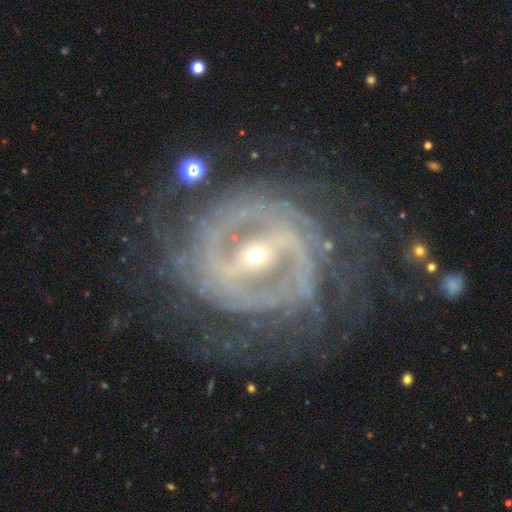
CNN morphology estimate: Smooth or featured: featured or disk — 91% (star or artifact — 5%)
Edge-on disk: no — 96% (yes — 4%)
Bar: strong — 68% (weak — 24%)
Spiral arms: yes — 94% (no — 6%)
Spiral winding: tight — 65% (medium — 28%)
Spiral arm count: 2 — 32% (can't tell — 29%)
Bulge size: small — 72% (moderate — 25%)
Merging: none — 70% (minor disturbance — 15%)